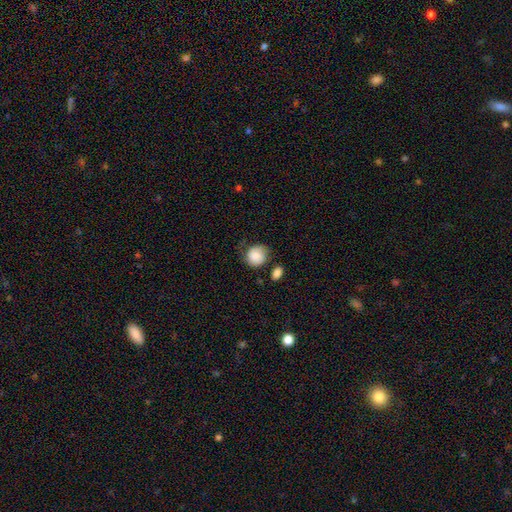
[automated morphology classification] type=smooth (81%); roundness=round (82%); merging=none (60%).